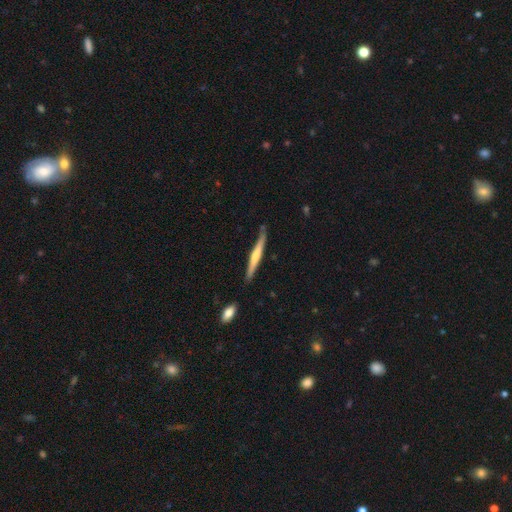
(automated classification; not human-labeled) smooth-or-featured: featured or disk: 51% | smooth: 44% | star or artifact: 5%
  disk-edge-on: yes: 96% | no: 4%
  merging: none: 82% | minor disturbance: 14% | merger: 3% | major disturbance: 2%